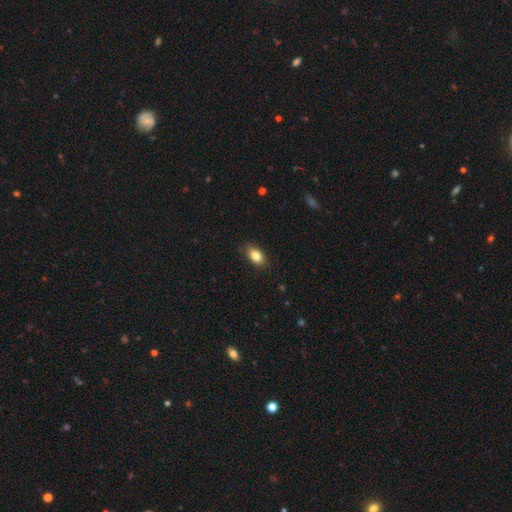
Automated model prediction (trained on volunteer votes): smooth-or-featured: smooth: 83% | featured or disk: 9% | star or artifact: 8%
  how-rounded: in between: 89% | round: 7% | cigar-shaped: 3%
  merging: none: 85% | minor disturbance: 11% | major disturbance: 2% | merger: 1%